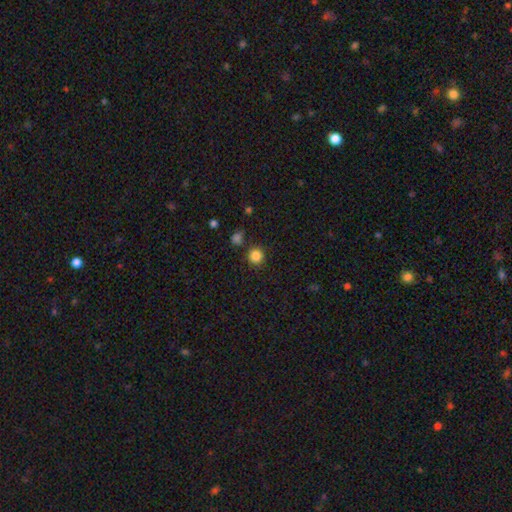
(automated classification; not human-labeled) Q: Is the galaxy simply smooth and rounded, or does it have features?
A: smooth — 85%.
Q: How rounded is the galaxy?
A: round — 93%.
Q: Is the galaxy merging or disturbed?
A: none — 86%.